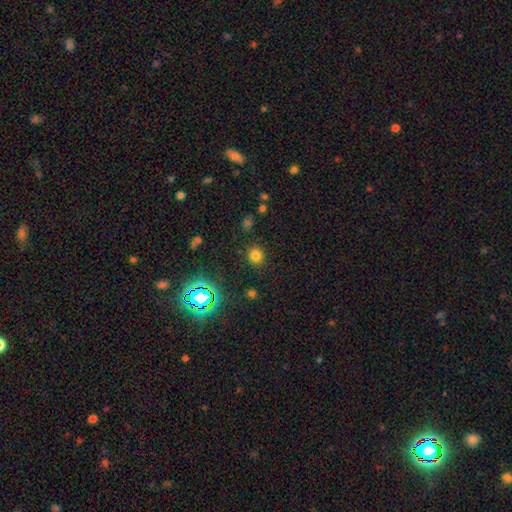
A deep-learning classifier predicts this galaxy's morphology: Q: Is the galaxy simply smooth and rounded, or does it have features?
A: smooth — 74%.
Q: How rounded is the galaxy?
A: round — 89%.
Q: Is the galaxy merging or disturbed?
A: none — 88%.